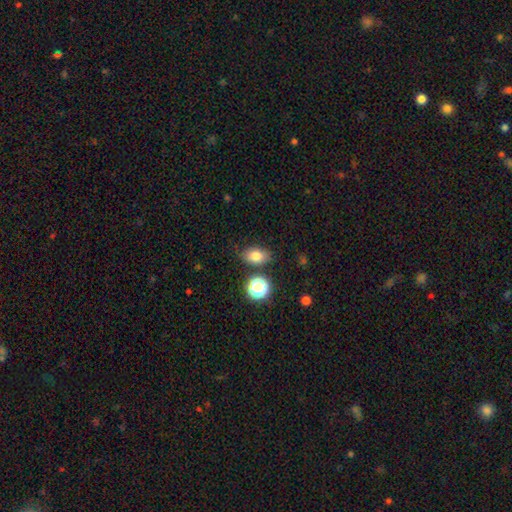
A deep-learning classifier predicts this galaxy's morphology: A smooth galaxy with no disk features (78%) that is in between round and cigar-shaped (76%). Merging: none (77%).